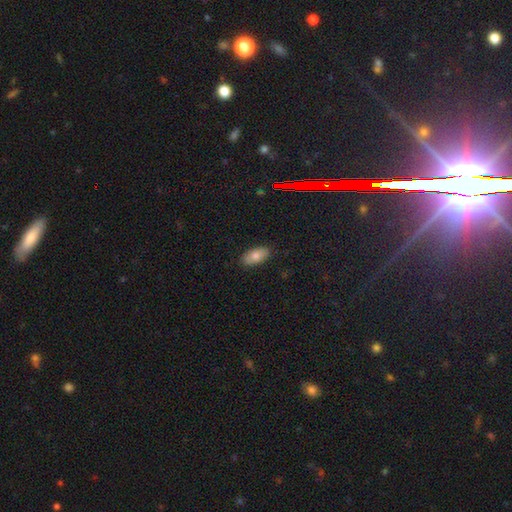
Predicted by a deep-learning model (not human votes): This is likely a smooth galaxy (78%). How rounded: clearly in between (92%). Merging: clearly none (88%).